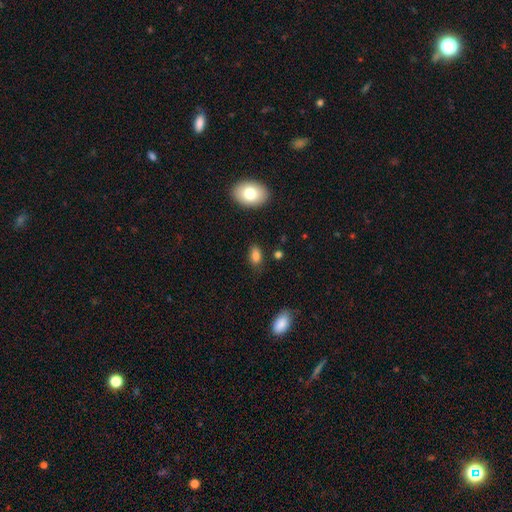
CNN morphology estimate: Smooth or featured: smooth — 83% (star or artifact — 10%)
How rounded: in between — 89% (round — 8%)
Merging: none — 78% (minor disturbance — 15%)